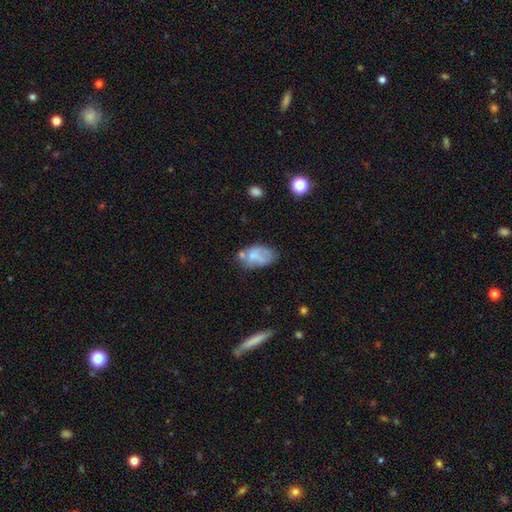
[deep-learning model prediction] Smooth or featured?
  - smooth: 62% *
  - featured or disk: 29%
  - star or artifact: 9%
How rounded?
  - in between: 91% *
  - round: 7%
  - cigar-shaped: 2%
Merging?
  - none: 41% *
  - minor disturbance: 29%
  - merger: 16%
  - major disturbance: 14%